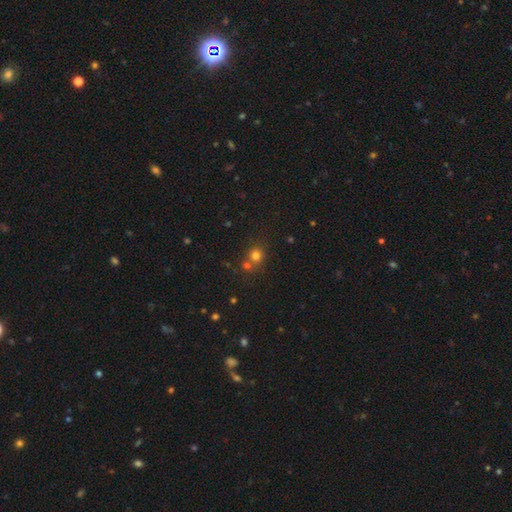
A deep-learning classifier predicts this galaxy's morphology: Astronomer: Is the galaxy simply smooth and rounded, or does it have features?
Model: smooth — 73%.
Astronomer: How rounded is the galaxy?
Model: round — 86%.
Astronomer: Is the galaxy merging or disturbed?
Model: none — 58%.